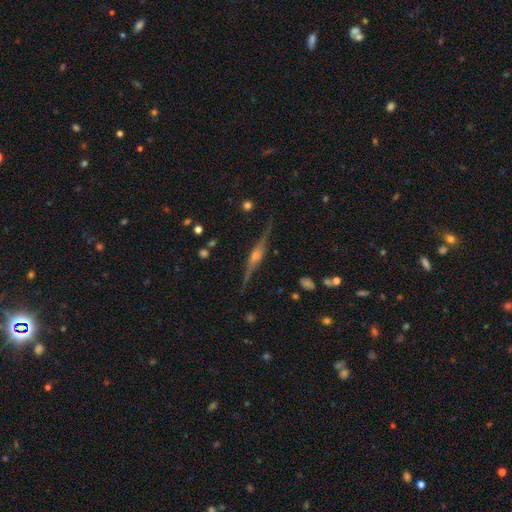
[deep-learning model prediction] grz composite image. It shows a featured or disk galaxy (86%) viewed edge-on (98%) with a rounded central bulge (88%). Merging: none (88%).